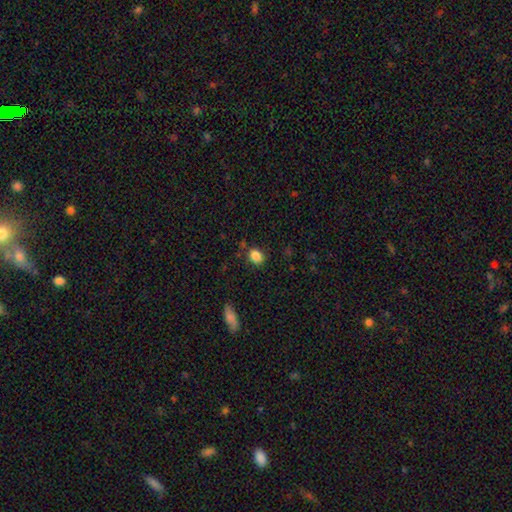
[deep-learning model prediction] Overall: smooth (85%). How rounded: round (52%; in between 47%). Merging: none (80%).